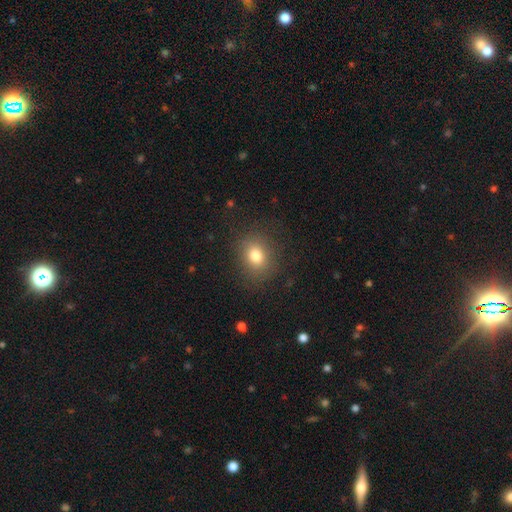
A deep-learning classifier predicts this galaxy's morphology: Overall: smooth (78%). How rounded: round (68%; in between 31%). Merging: none (84%).